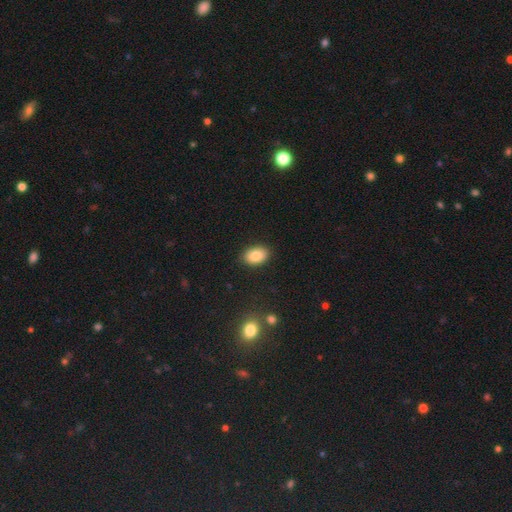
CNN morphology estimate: This is clearly a smooth galaxy (85%). How rounded: clearly in between (84%). Merging: clearly none (88%).